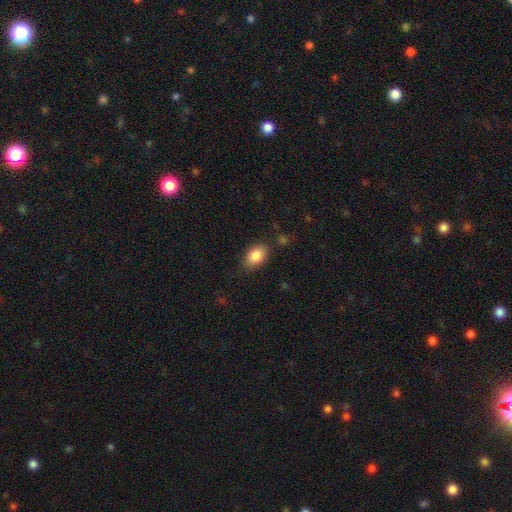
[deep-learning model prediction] Smooth or featured? Predicted: smooth (p=0.87). How rounded? Predicted: in between (p=0.85). Merging? Predicted: none (p=0.82).